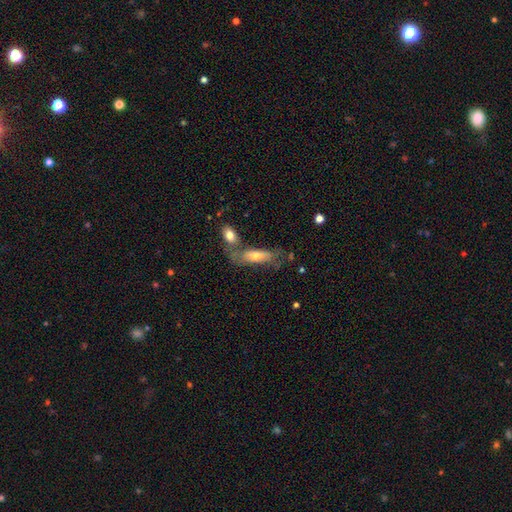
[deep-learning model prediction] Smooth or featured? Predicted: smooth (p=0.56). How rounded? Predicted: in between (p=0.52). Merging? Predicted: none (p=0.45).